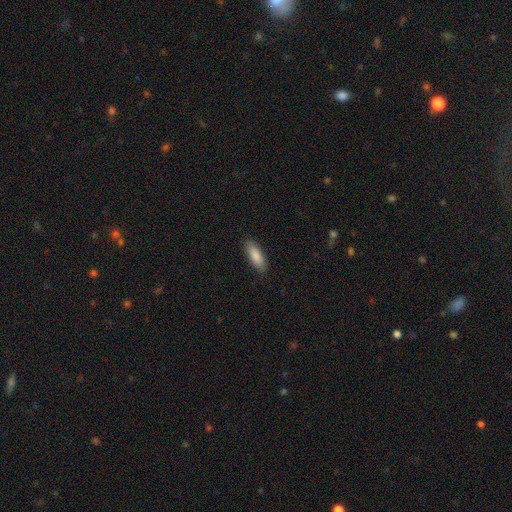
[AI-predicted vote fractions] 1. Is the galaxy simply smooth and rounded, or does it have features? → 88% smooth, 6% featured or disk, 6% star or artifact.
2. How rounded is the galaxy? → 63% in between, 35% cigar-shaped, 2% round.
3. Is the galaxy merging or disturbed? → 88% none, 9% minor disturbance, 2% major disturbance, 1% merger.